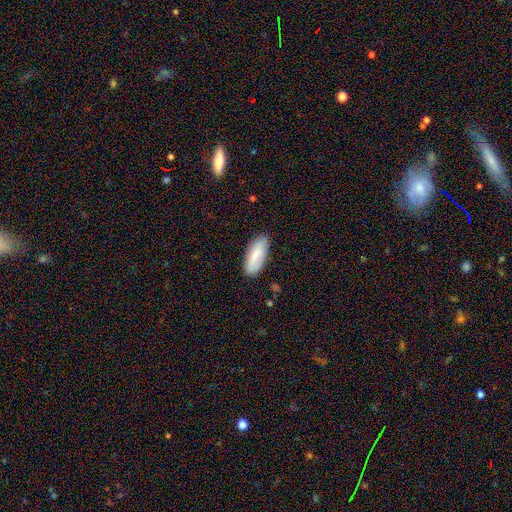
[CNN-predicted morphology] smooth_or_featured: smooth (p=0.72) [alt: featured or disk p=0.21]
how_rounded: in between (p=0.79) [alt: cigar-shaped p=0.19]
merging: none (p=0.81) [alt: minor disturbance p=0.15]